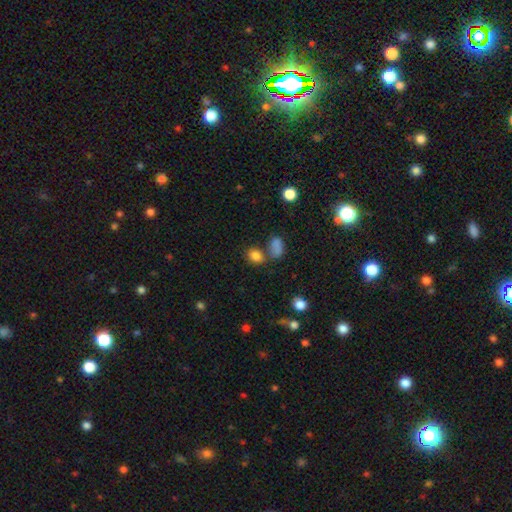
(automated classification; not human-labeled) Q: Smooth or featured?
A: smooth (81%); runner-up: star or artifact (13%)
Q: How rounded?
A: in between (61%); runner-up: round (37%)
Q: Merging?
A: none (59%); runner-up: merger (24%)